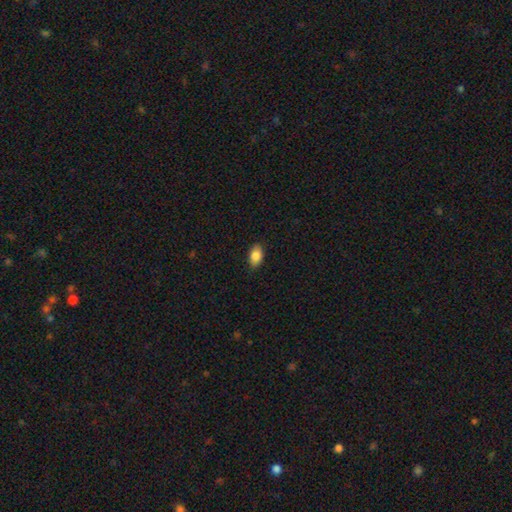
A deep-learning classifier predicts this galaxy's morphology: type=smooth (87%); roundness=in between (90%); merging=none (87%).